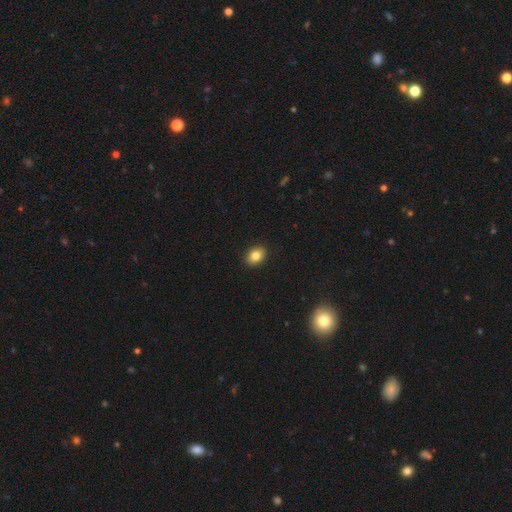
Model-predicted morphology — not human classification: Q: Smooth or featured?
A: smooth (84%); runner-up: star or artifact (9%)
Q: How rounded?
A: in between (67%); runner-up: round (32%)
Q: Merging?
A: none (91%); runner-up: minor disturbance (6%)